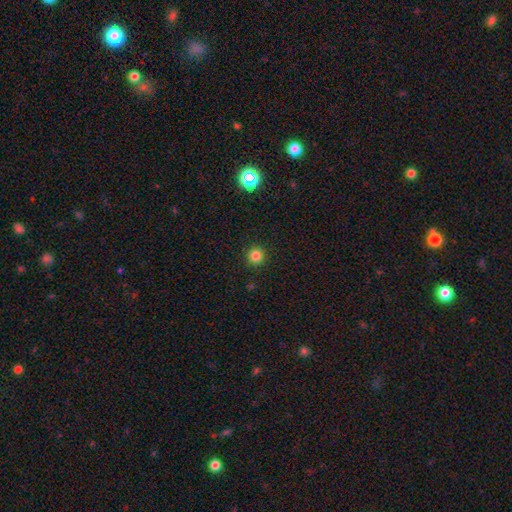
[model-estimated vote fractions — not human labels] Smooth or featured? smooth (82%)
How rounded? round (95%)
Merging? none (92%)